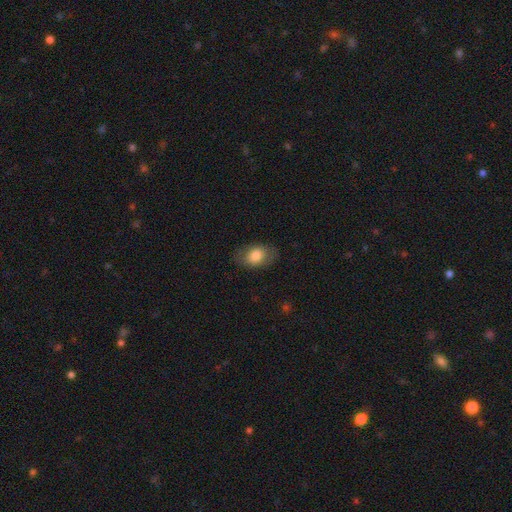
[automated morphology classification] A smooth galaxy with no disk features (76%) that is in between round and cigar-shaped (85%).

Vote fractions:
- Smooth or featured? smooth: 76% / featured or disk: 17% / star or artifact: 7%
- How rounded? in between: 85% / round: 14% / cigar-shaped: 1%
- Merging? none: 79% / minor disturbance: 15% / major disturbance: 5% / merger: 1%